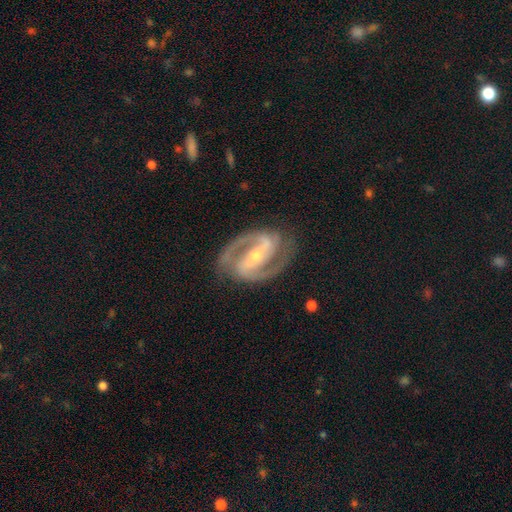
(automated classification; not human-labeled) smooth-or-featured: featured or disk: 93% | star or artifact: 4% | smooth: 3%
  disk-edge-on: no: 97% | yes: 3%
    bar: strong: 66% | weak: 23% | no: 11%
    has-spiral-arms: yes: 98% | no: 2%
      spiral-winding: medium: 56% | tight: 35% | loose: 9%
      spiral-arm-count: 2: 94% | 3: 2% | can't tell: 2% | 1: 1% | 4: 1% | more than 4: 1%
    bulge-size: small: 53% | moderate: 44% | large: 2% | none: 1% | dominant: 1%
  merging: none: 84% | minor disturbance: 11% | major disturbance: 4% | merger: 1%